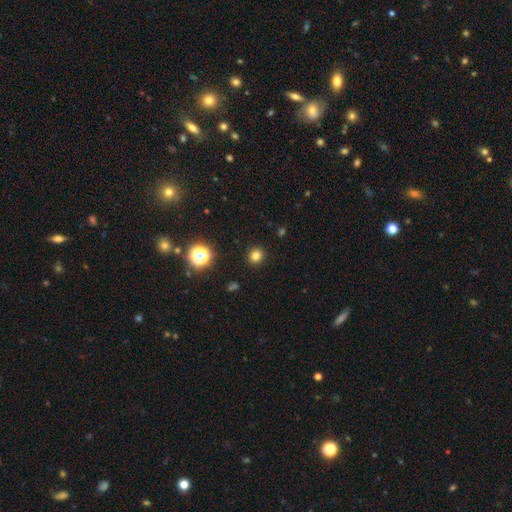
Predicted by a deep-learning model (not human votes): smooth 79%, star or artifact 16%, featured or disk 5%. Down the decision tree: how rounded — round (90%); merging — none (91%).